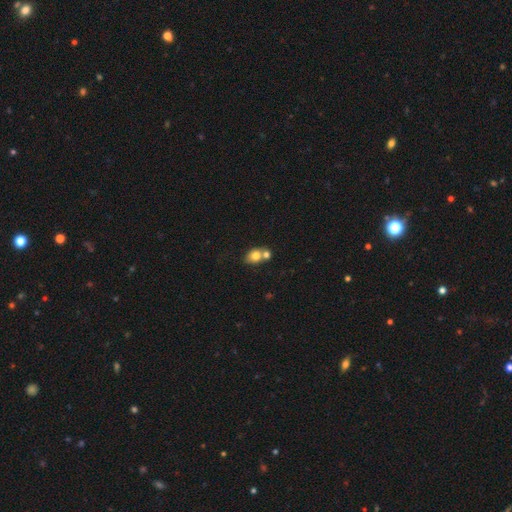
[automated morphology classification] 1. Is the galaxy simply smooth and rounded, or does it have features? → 77% smooth, 14% featured or disk, 9% star or artifact.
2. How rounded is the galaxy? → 54% in between, 45% round, 1% cigar-shaped.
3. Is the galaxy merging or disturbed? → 48% merger, 40% none, 9% minor disturbance, 3% major disturbance.